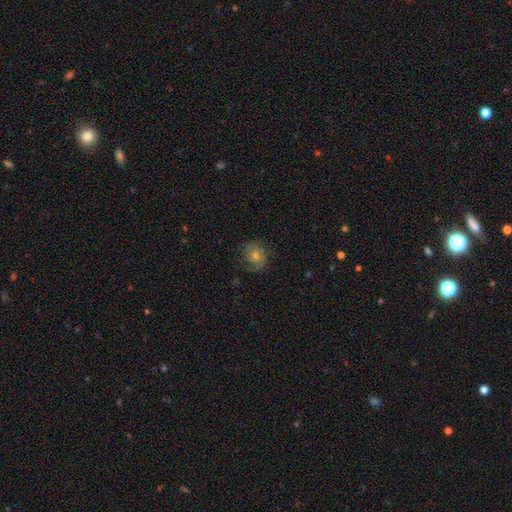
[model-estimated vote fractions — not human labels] Smooth or featured? featured or disk (48%)
Merging? none (77%)